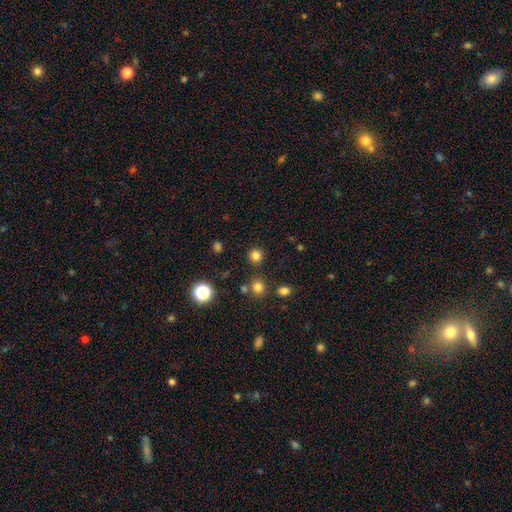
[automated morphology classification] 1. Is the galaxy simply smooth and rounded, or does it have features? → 79% smooth, 17% star or artifact, 4% featured or disk.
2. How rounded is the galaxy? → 94% round, 5% in between, 1% cigar-shaped.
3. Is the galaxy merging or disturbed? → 86% none, 6% minor disturbance, 5% merger, 3% major disturbance.